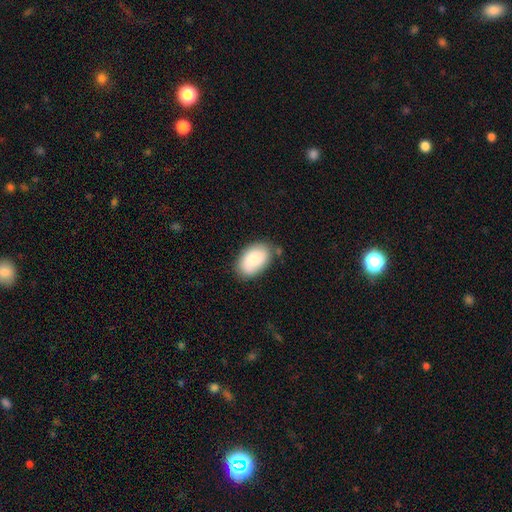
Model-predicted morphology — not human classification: Overall: smooth (79%). How rounded: in between (91%). Merging: none (75%).